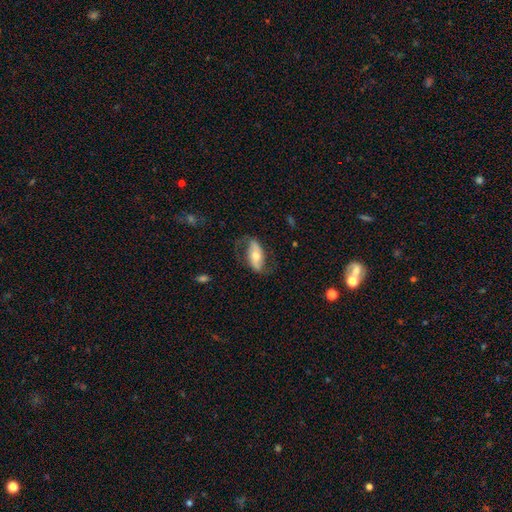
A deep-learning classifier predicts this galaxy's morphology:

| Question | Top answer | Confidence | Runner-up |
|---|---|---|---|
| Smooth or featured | featured or disk | 61% | smooth (33%) |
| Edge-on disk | no | 86% | yes (14%) |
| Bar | strong | 40% | no (35%) |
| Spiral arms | yes | 79% | no (21%) |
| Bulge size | moderate | 64% | small (25%) |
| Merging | none | 65% | minor disturbance (20%) |